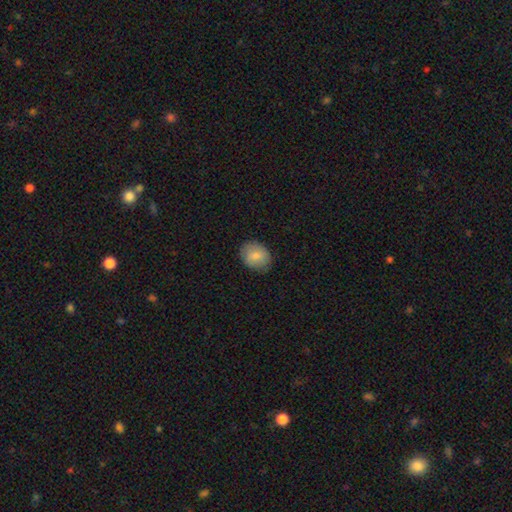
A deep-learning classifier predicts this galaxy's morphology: Q: Smooth or featured?
A: smooth (81%); runner-up: featured or disk (11%)
Q: How rounded?
A: round (51%); runner-up: in between (48%)
Q: Merging?
A: none (81%); runner-up: minor disturbance (15%)